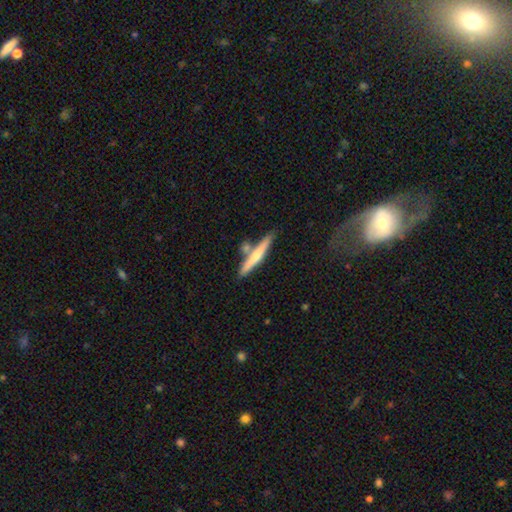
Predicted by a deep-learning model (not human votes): The model was most divided on "smooth or featured": smooth: 51%, featured or disk: 44%, star or artifact: 5%. More confident: how rounded — cigar-shaped (93%); merging — none (68%).